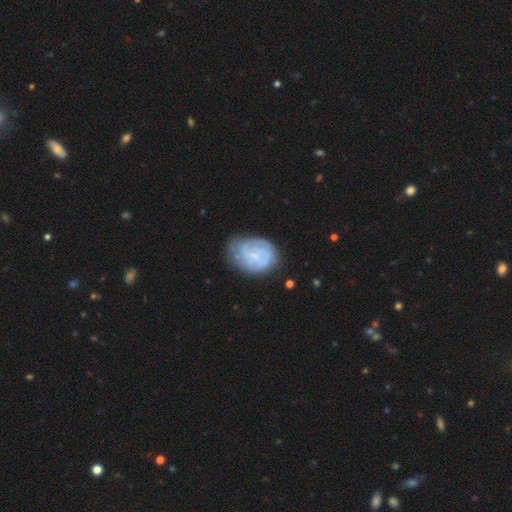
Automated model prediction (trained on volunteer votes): The model was most divided on "smooth or featured": featured or disk: 55%, smooth: 37%, star or artifact: 8%. More confident: edge-on disk — no (98%); spiral arms — yes (75%); bar — no (67%); merging — none (60%); bulge size — small (59%).